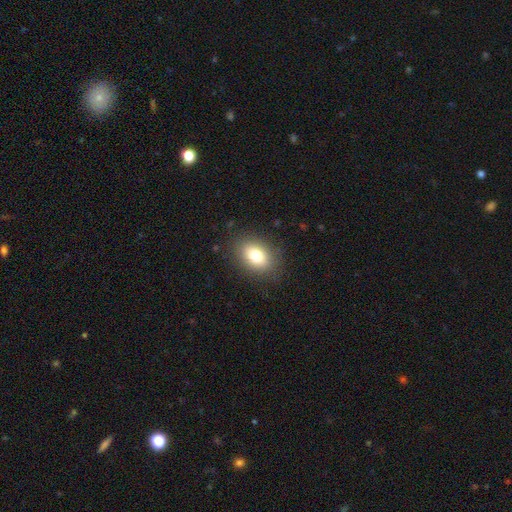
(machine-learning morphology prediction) This appears to be a smooth galaxy with no disk features (80%) that is in between round and cigar-shaped (82%). Merging: none (85%).